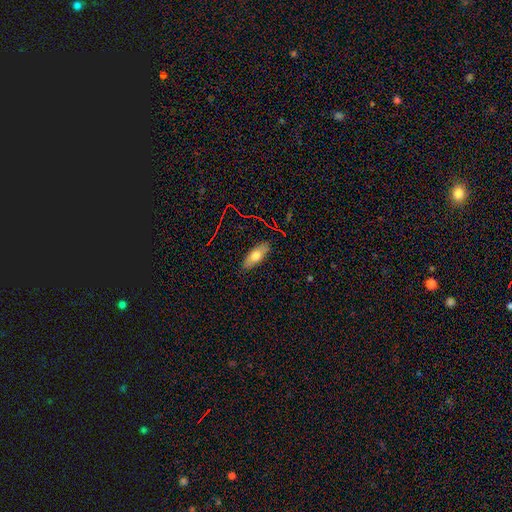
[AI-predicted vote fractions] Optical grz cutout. It shows a smooth galaxy with no disk features (66%) that is in between round and cigar-shaped (69%). Merging: none (84%).